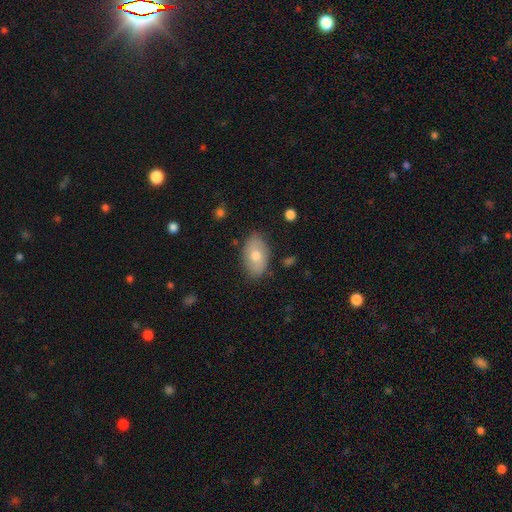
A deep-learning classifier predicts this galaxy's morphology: This is likely a smooth galaxy (70%). How rounded: clearly in between (91%). Merging: clearly none (80%).